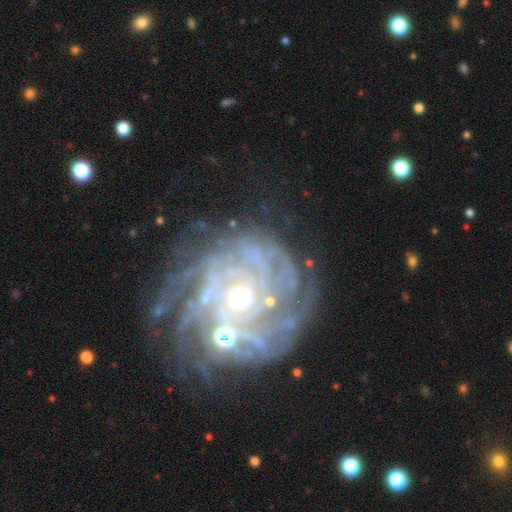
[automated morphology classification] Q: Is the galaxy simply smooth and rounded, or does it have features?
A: featured or disk — 84%.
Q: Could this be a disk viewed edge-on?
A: no — 97%.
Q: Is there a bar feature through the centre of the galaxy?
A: no — 73%.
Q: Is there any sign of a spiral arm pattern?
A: yes — 92%.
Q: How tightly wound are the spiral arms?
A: tight — 68%.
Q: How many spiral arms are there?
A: can't tell — 29%.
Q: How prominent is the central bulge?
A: small — 46%.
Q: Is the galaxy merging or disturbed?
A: none — 48%.